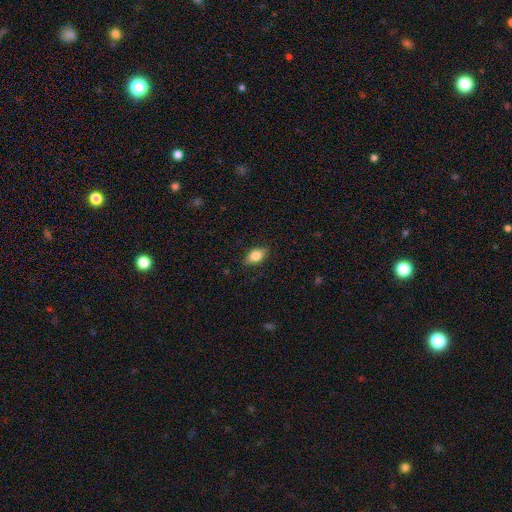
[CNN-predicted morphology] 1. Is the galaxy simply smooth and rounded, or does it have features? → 80% smooth, 12% featured or disk, 8% star or artifact.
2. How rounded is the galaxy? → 87% in between, 8% round, 5% cigar-shaped.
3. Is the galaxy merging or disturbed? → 84% none, 12% minor disturbance, 3% major disturbance, 1% merger.